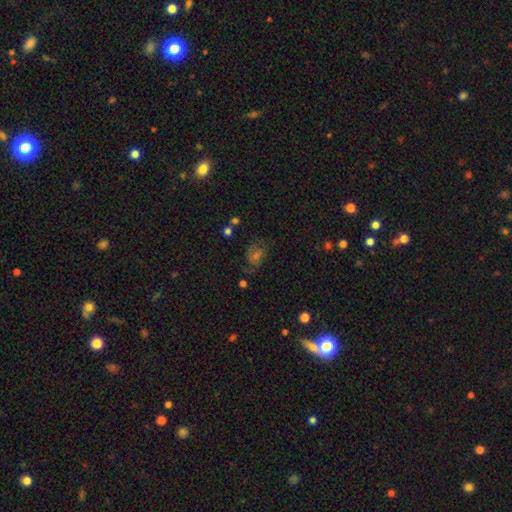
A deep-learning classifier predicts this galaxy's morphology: Smooth or featured?
  - featured or disk: 37% *
  - smooth: 33%
  - star or artifact: 31%
Merging?
  - none: 68% *
  - minor disturbance: 18%
  - major disturbance: 12%
  - merger: 3%